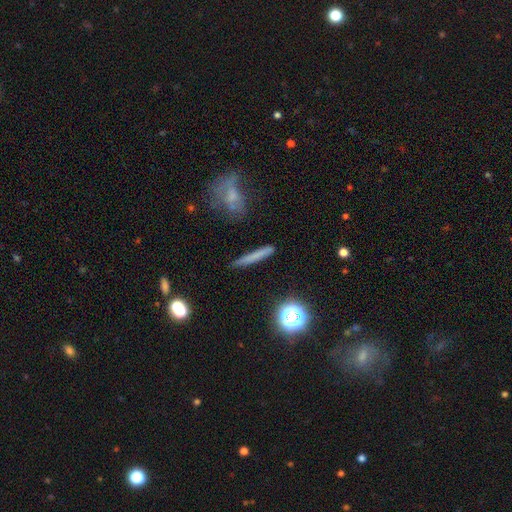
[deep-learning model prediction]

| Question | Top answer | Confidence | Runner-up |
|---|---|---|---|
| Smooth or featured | smooth | 66% | featured or disk (21%) |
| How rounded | cigar-shaped | 90% | in between (5%) |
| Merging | none | 85% | minor disturbance (10%) |